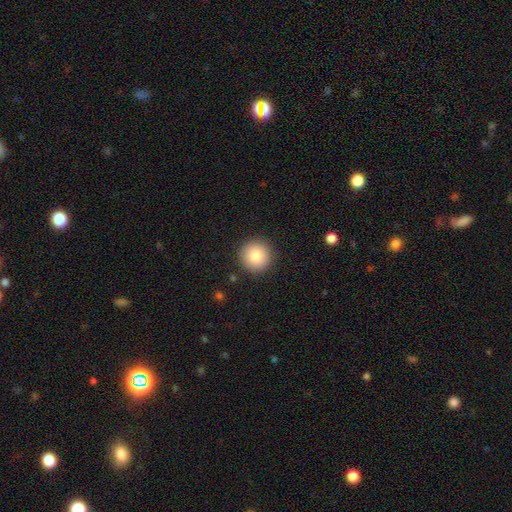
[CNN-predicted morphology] A smooth galaxy with no disk features (83%) that is round (95%). Merging: none (91%).